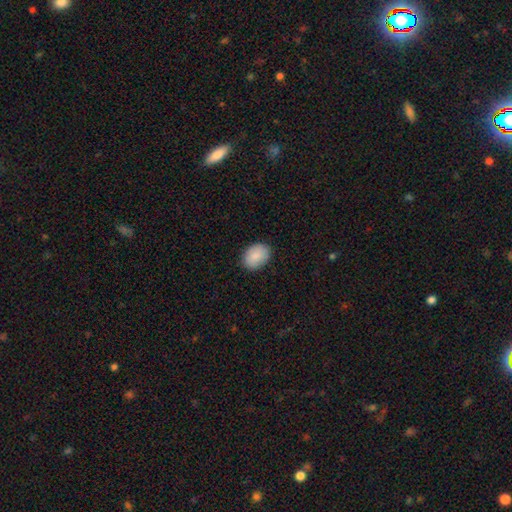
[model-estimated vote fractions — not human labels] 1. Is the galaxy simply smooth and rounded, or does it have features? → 89% smooth, 7% star or artifact, 5% featured or disk.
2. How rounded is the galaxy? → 74% in between, 25% round, 1% cigar-shaped.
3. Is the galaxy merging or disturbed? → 88% none, 9% minor disturbance, 2% major disturbance, 1% merger.